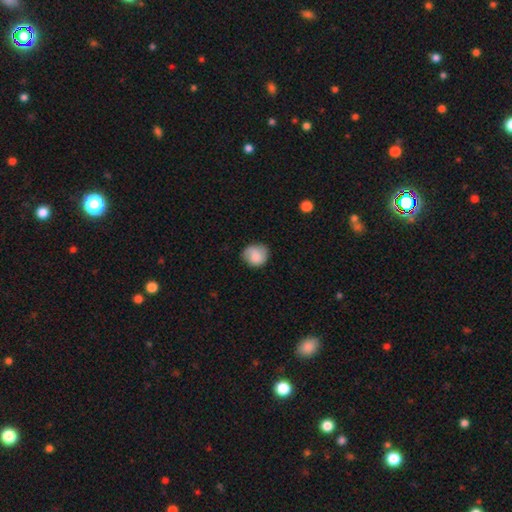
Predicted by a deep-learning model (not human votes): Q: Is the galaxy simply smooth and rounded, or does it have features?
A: smooth — 77%.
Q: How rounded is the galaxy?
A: round — 80%.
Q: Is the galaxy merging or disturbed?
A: none — 69%.